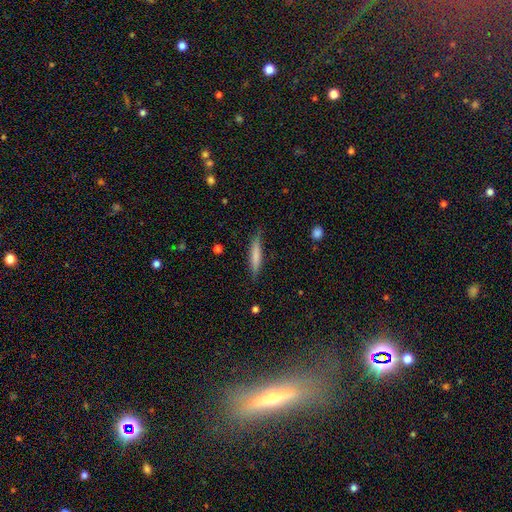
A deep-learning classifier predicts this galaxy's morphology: smooth 67%, featured or disk 27%, star or artifact 6%. Down the decision tree: how rounded — cigar-shaped (89%); merging — none (80%).